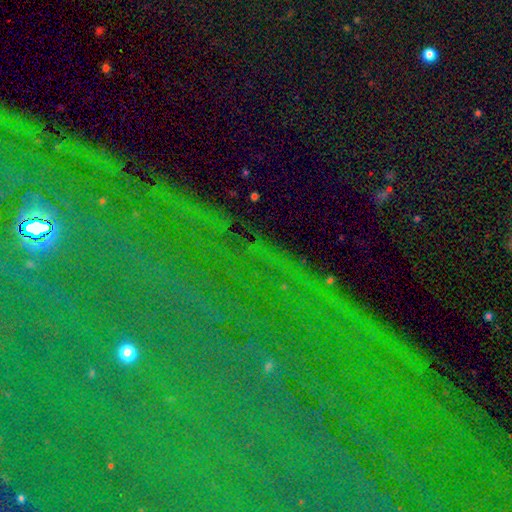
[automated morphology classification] A star or artifact, not a galaxy (82%).

Vote fractions:
- Smooth or featured? star or artifact: 82% / featured or disk: 9% / smooth: 8%